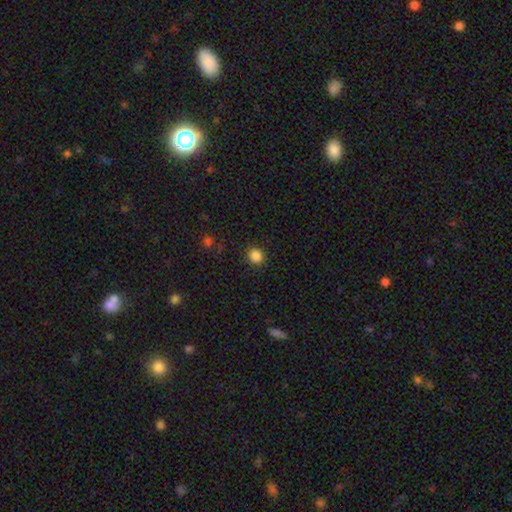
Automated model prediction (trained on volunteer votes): Overall: smooth (86%). How rounded: round (85%). Merging: none (89%).